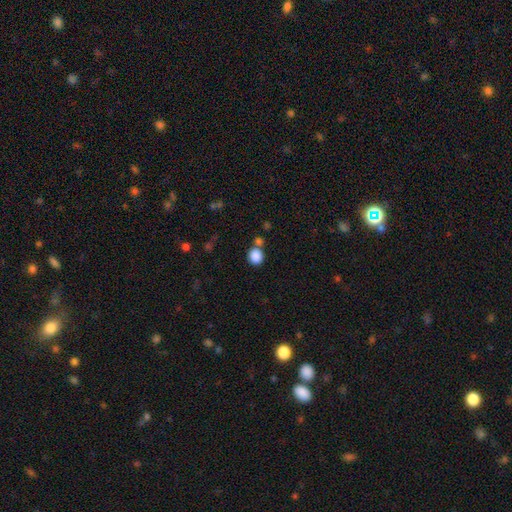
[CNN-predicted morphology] Smooth or featured? Predicted: smooth (p=0.87). How rounded? Predicted: round (p=0.75). Merging? Predicted: none (p=0.66).